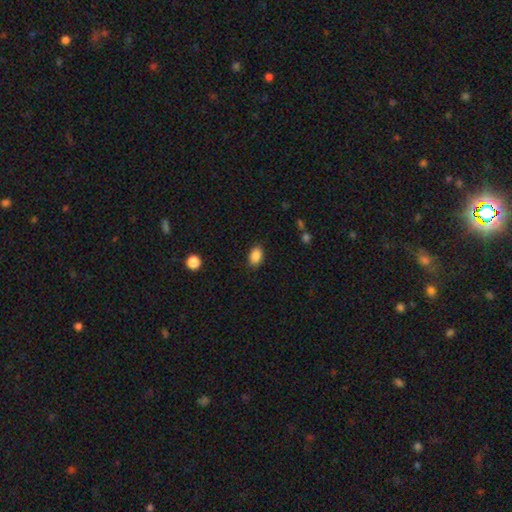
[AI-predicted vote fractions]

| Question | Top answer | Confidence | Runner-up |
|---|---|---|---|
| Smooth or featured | smooth | 88% | star or artifact (9%) |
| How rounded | in between | 84% | round (15%) |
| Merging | none | 86% | minor disturbance (10%) |